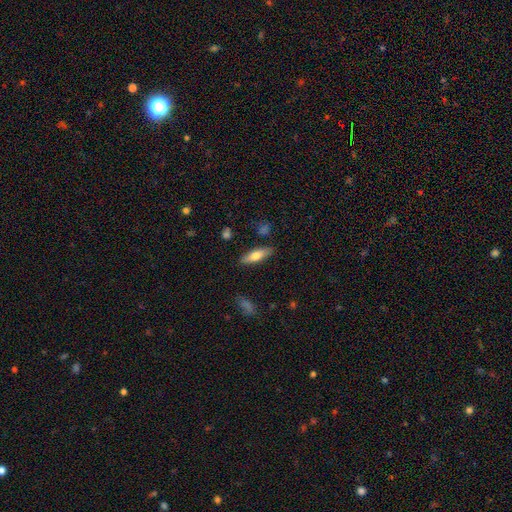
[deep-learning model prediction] Smooth or featured? smooth (67%)
How rounded? cigar-shaped (49%)
Merging? none (85%)